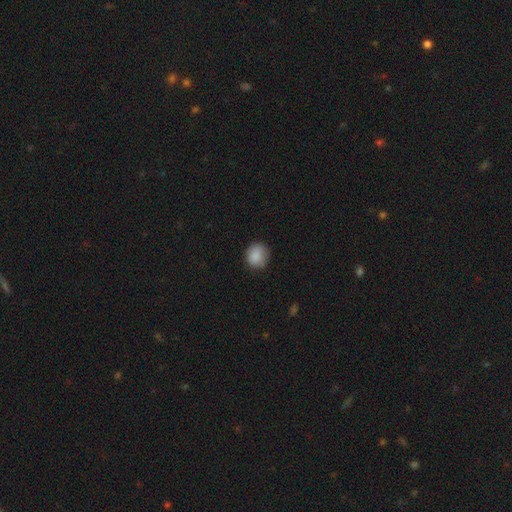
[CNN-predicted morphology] Smooth or featured? smooth (88%)
How rounded? round (84%)
Merging? none (83%)